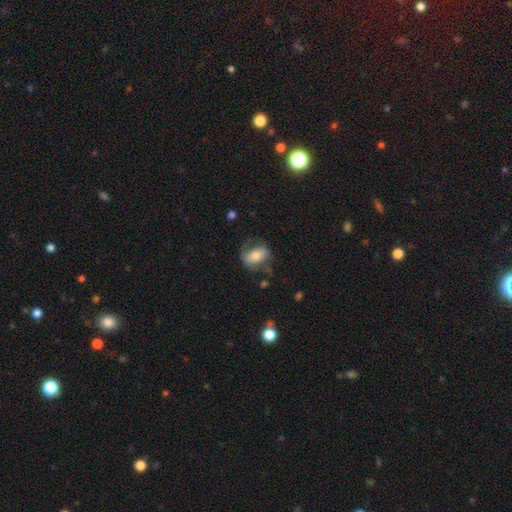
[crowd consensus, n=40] Smooth or featured? 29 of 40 (72%) said smooth. How rounded? 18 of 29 (62%) said in between. Merging? 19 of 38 (50%) said none.